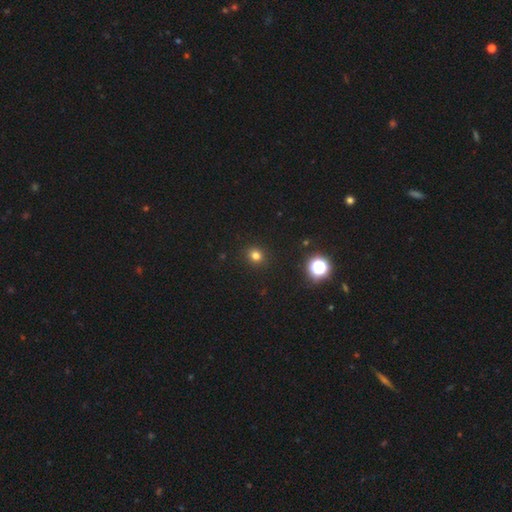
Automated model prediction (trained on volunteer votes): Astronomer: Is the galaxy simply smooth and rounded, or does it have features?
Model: smooth — 77%.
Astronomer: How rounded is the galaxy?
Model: round — 86%.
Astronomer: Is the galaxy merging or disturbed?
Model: none — 92%.